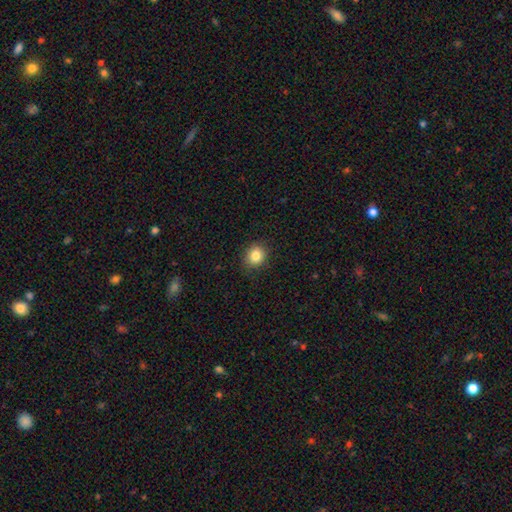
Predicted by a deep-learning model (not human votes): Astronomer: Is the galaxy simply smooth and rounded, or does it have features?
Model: smooth — 84%.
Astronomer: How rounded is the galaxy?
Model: round — 73%.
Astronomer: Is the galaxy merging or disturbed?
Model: none — 88%.